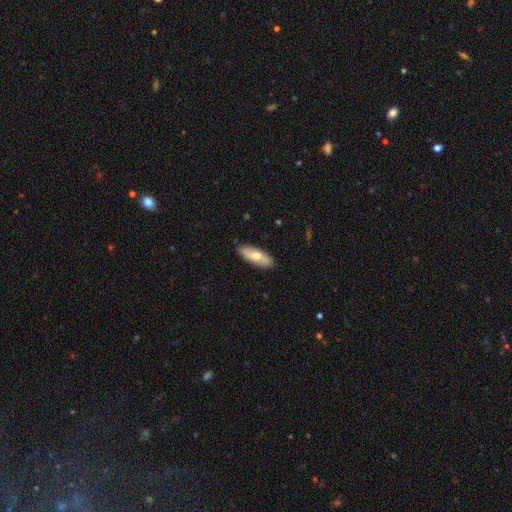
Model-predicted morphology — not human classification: smooth_or_featured: smooth (p=0.65) [alt: featured or disk p=0.29]
how_rounded: in between (p=0.73) [alt: cigar-shaped p=0.25]
merging: none (p=0.88) [alt: minor disturbance p=0.09]